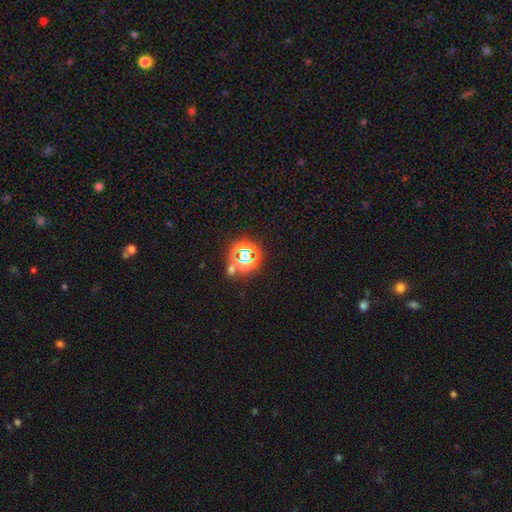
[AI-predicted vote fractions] smooth-or-featured: star or artifact: 70% | smooth: 20% | featured or disk: 10%